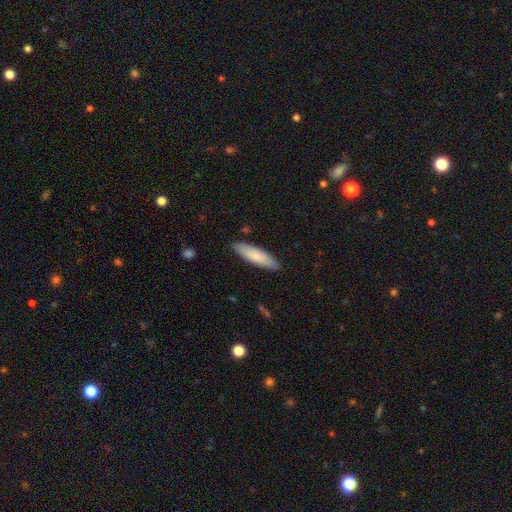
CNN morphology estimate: This appears to be a smooth galaxy with no disk features (78%) that is cigar-shaped (63%). Merging: none (87%).